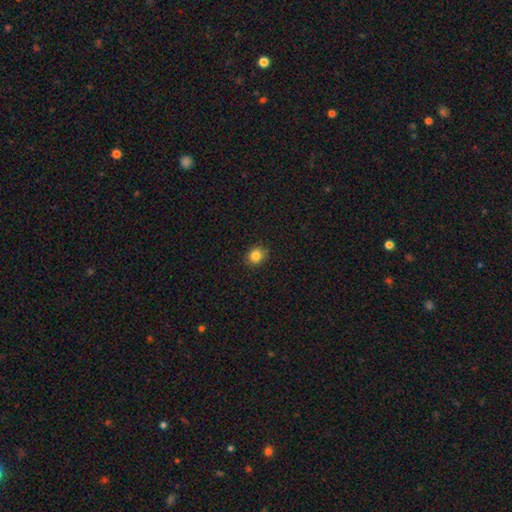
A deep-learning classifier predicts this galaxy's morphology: Overall: smooth (85%). How rounded: round (82%). Merging: none (88%).